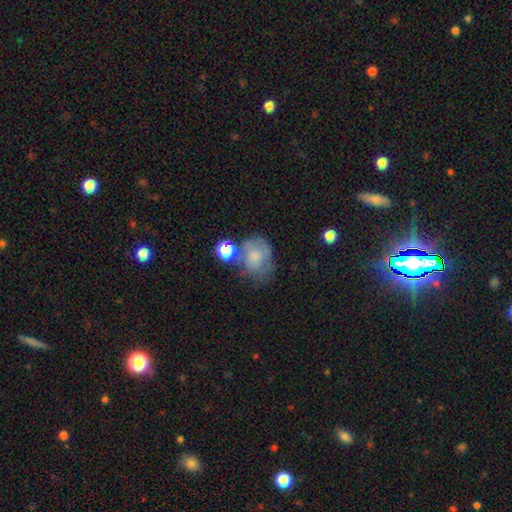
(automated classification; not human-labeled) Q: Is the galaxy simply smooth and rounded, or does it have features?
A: smooth — 61%.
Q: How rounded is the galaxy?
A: round — 51%.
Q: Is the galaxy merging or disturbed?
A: none — 36%.